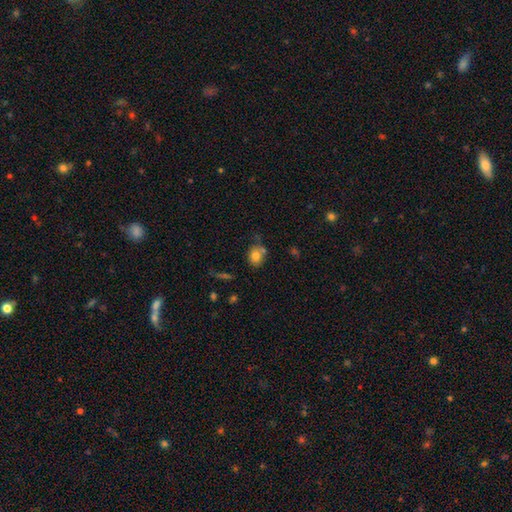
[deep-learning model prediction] A smooth galaxy with no disk features (78%) that is round (60%).

Vote fractions:
- Smooth or featured? smooth: 78% / featured or disk: 12% / star or artifact: 10%
- How rounded? round: 60% / in between: 39% / cigar-shaped: 1%
- Merging? none: 57% / minor disturbance: 20% / merger: 16% / major disturbance: 6%